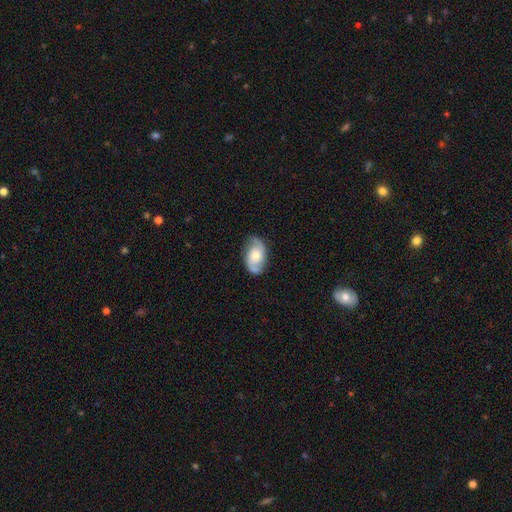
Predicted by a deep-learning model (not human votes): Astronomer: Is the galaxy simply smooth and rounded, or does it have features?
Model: featured or disk — 73%.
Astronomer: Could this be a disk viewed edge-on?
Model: no — 96%.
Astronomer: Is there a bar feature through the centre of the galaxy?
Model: no — 66%.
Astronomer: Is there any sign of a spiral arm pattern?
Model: yes — 92%.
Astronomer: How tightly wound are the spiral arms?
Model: medium — 45% (runner-up: loose, 33%).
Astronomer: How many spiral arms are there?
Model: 2 — 89%.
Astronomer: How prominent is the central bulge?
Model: moderate — 63%.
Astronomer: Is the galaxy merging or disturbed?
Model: none — 78%.